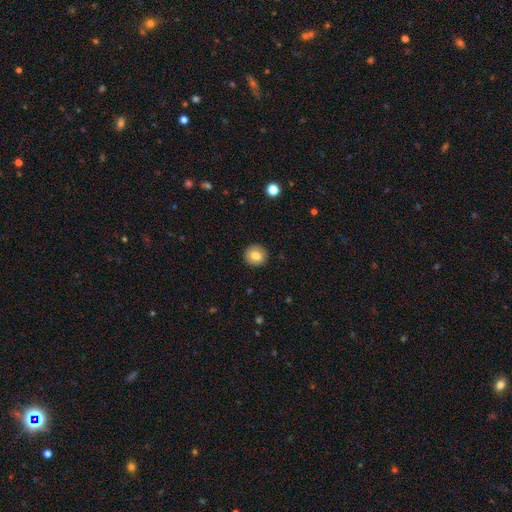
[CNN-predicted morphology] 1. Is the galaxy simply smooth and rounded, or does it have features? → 81% smooth, 10% featured or disk, 9% star or artifact.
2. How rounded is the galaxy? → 88% round, 11% in between, 1% cigar-shaped.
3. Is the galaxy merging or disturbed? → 91% none, 6% minor disturbance, 2% major disturbance, 1% merger.